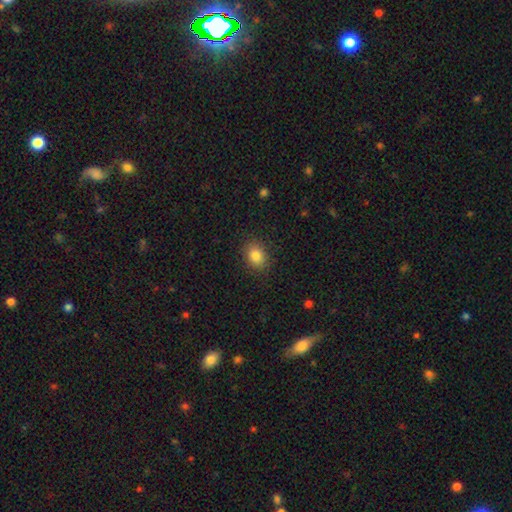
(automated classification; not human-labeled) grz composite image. It shows a smooth galaxy with no disk features (84%) that is in between round and cigar-shaped (58%). Merging: none (86%).